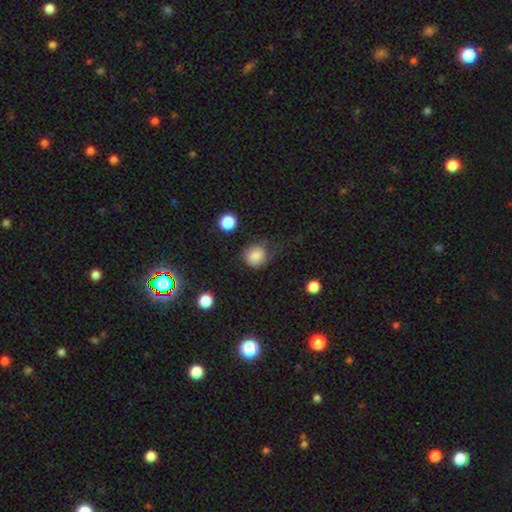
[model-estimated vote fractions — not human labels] Overall: smooth (82%). How rounded: round (83%). Merging: none (56%; minor disturbance 26%).